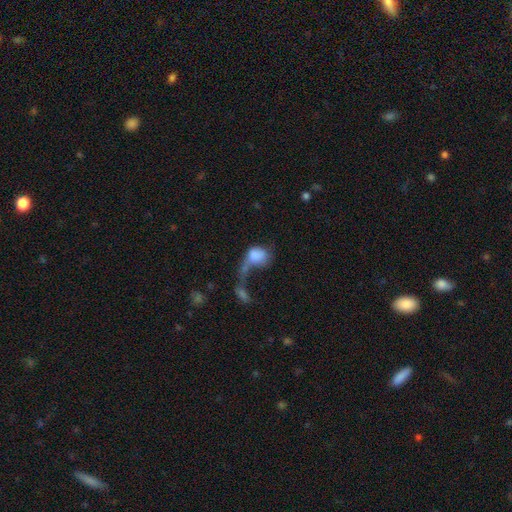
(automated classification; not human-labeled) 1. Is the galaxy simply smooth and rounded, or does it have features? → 70% smooth, 21% featured or disk, 9% star or artifact.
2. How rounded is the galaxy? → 68% in between, 30% round, 2% cigar-shaped.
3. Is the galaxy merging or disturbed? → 41% major disturbance, 37% merger, 12% none, 10% minor disturbance.